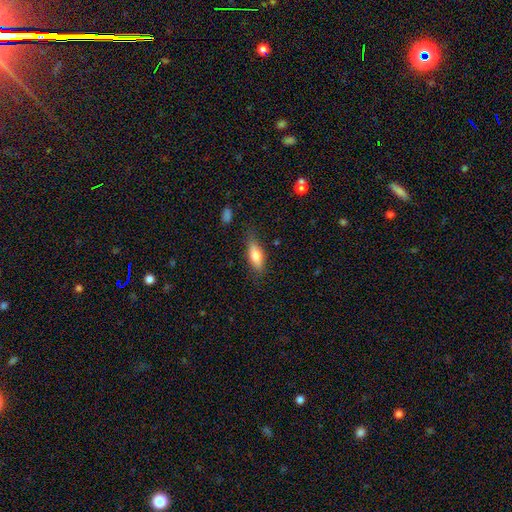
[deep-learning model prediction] smooth 76%, featured or disk 18%, star or artifact 7%. Down the decision tree: how rounded — in between (64%); merging — none (77%).